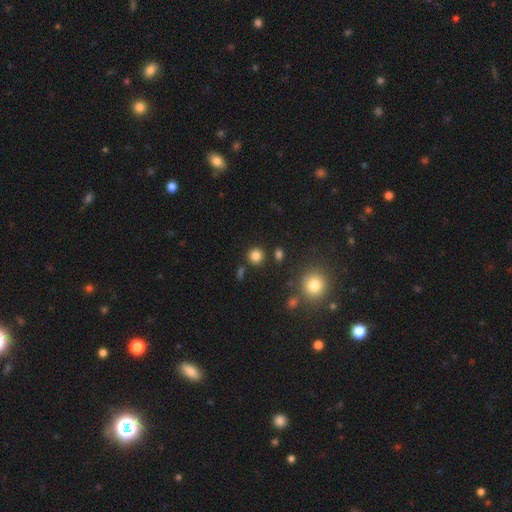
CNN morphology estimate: type=smooth (82%); roundness=round (90%); merging=none (86%).